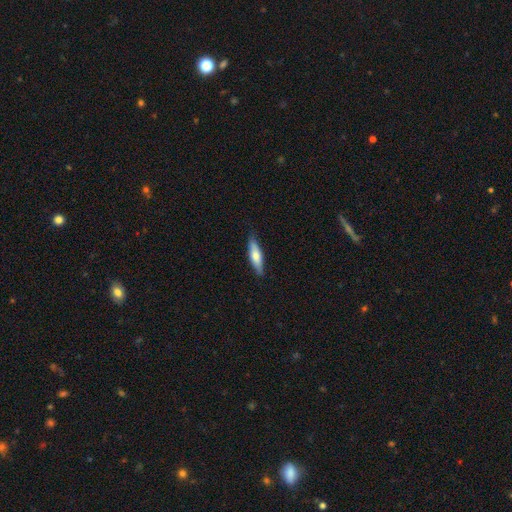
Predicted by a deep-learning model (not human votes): This is likely a smooth galaxy (65%). How rounded: likely cigar-shaped (65%). Merging: clearly none (85%).